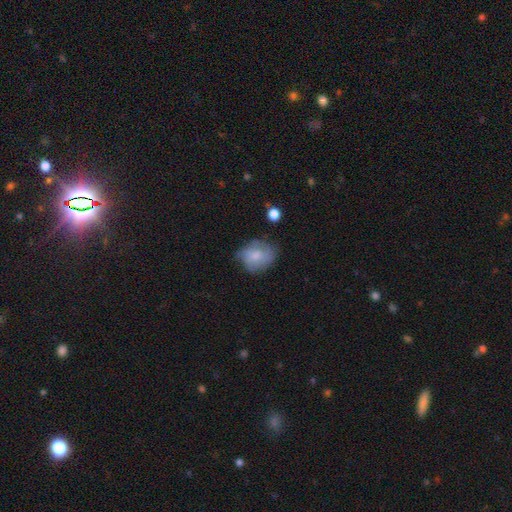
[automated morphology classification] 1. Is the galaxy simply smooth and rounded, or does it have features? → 71% smooth, 21% featured or disk, 8% star or artifact.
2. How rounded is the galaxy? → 57% round, 42% in between, 1% cigar-shaped.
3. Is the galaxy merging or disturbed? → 54% none, 32% minor disturbance, 11% major disturbance, 2% merger.